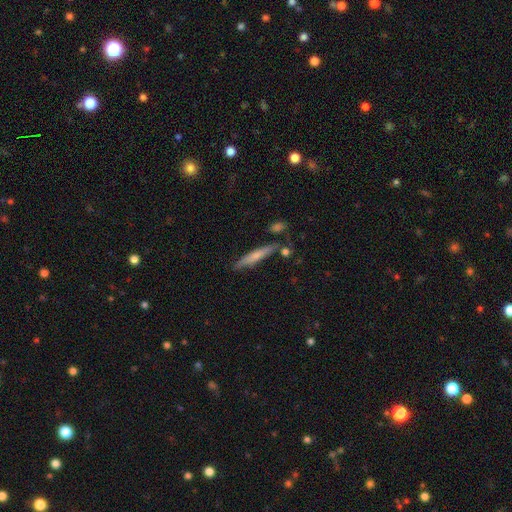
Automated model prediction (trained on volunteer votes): Smooth or featured?
  - smooth: 56% *
  - featured or disk: 37%
  - star or artifact: 6%
How rounded?
  - cigar-shaped: 91% *
  - in between: 7%
  - round: 2%
Merging?
  - none: 75% *
  - minor disturbance: 15%
  - merger: 7%
  - major disturbance: 3%